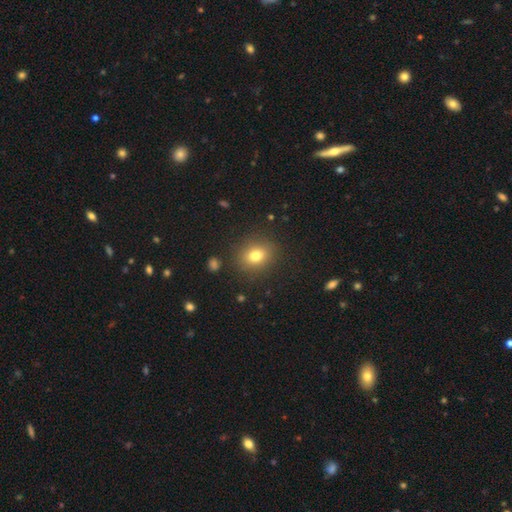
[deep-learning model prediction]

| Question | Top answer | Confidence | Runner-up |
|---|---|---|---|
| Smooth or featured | smooth | 78% | star or artifact (13%) |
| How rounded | round | 61% | in between (38%) |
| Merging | none | 87% | minor disturbance (8%) |